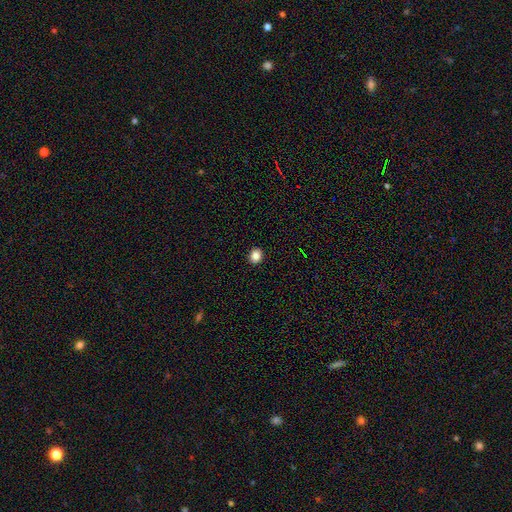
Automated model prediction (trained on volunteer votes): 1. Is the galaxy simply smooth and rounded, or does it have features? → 86% smooth, 11% star or artifact, 3% featured or disk.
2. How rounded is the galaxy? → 67% round, 33% in between, 1% cigar-shaped.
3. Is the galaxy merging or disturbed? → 92% none, 5% minor disturbance, 2% major disturbance, 1% merger.